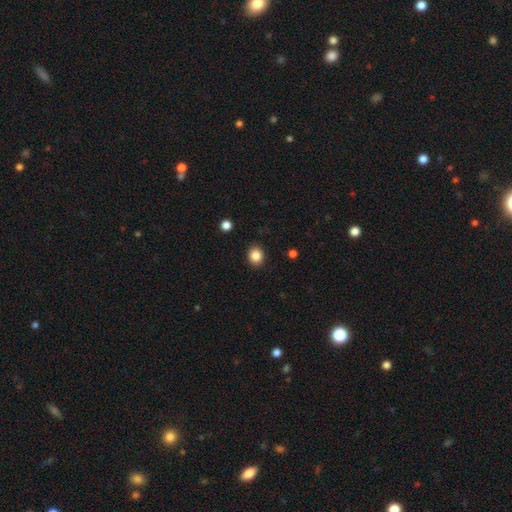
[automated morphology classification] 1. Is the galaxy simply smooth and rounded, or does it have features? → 85% smooth, 10% star or artifact, 4% featured or disk.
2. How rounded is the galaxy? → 66% round, 33% in between, 1% cigar-shaped.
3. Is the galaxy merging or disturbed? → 90% none, 7% minor disturbance, 2% major disturbance, 1% merger.